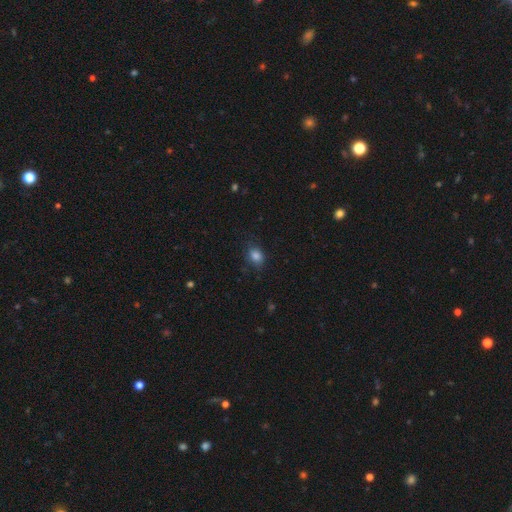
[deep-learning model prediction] The model was most divided on "how rounded": in between: 53%, round: 46%, cigar-shaped: 1%. More confident: smooth or featured — smooth (84%); merging — none (76%).